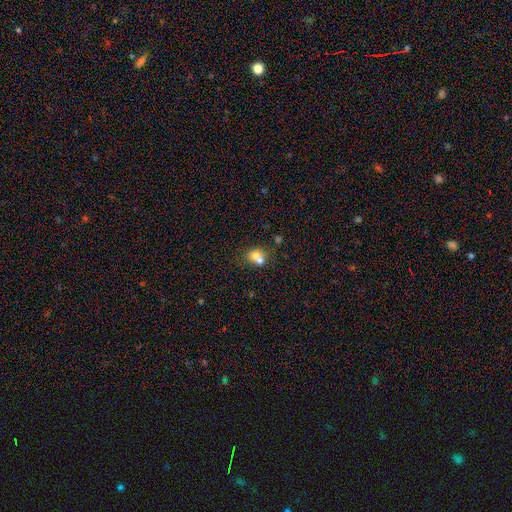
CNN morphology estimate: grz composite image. It shows a smooth galaxy with no disk features (68%) that is round (63%). Merging: merger (63%).